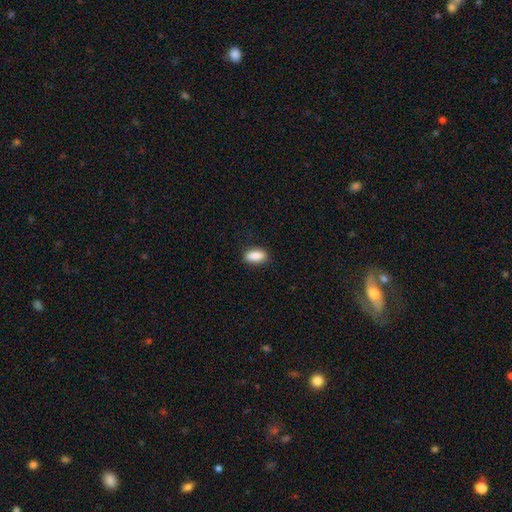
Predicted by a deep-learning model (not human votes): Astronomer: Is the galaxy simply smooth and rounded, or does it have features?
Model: smooth — 88%.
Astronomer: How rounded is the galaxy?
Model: in between — 87%.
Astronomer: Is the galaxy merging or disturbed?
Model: none — 84%.